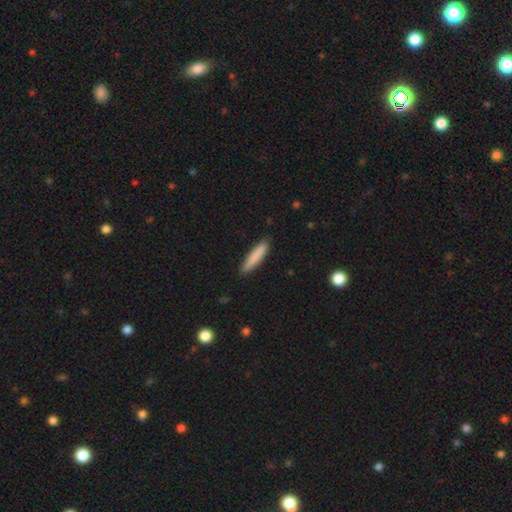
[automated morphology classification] smooth_or_featured: smooth (p=0.84) [alt: featured or disk p=0.11]
how_rounded: cigar-shaped (p=0.87) [alt: in between p=0.12]
merging: none (p=0.88) [alt: minor disturbance p=0.10]